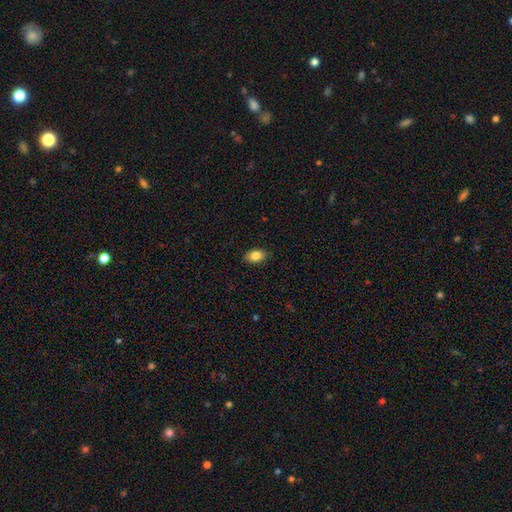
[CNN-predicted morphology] Overall: smooth (85%). How rounded: in between (86%). Merging: none (88%).